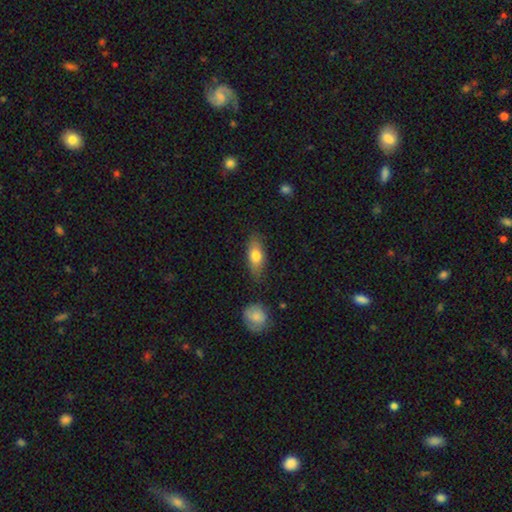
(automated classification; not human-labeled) This is likely a smooth galaxy (74%). How rounded: likely in between (78%). Merging: likely none (78%).